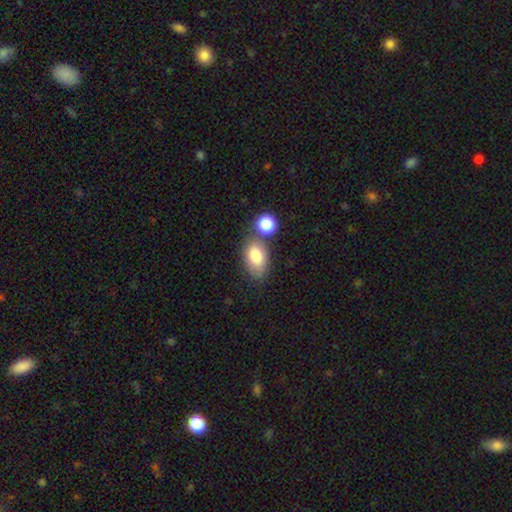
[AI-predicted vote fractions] Smooth or featured?
  - smooth: 80% *
  - featured or disk: 12%
  - star or artifact: 8%
How rounded?
  - in between: 88% *
  - round: 10%
  - cigar-shaped: 2%
Merging?
  - none: 54% *
  - merger: 25%
  - minor disturbance: 16%
  - major disturbance: 5%